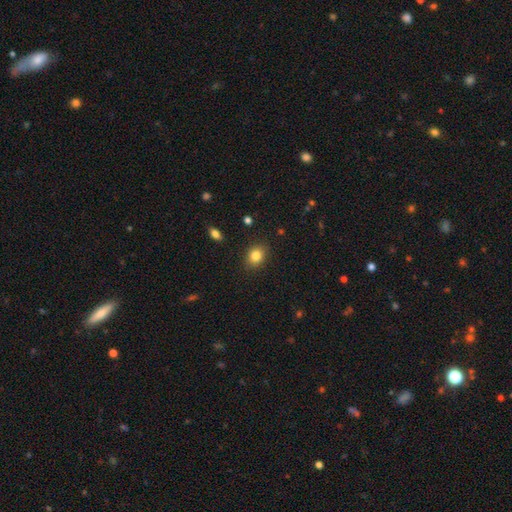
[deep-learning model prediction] smooth-or-featured: smooth: 84% | star or artifact: 10% | featured or disk: 6%
  how-rounded: in between: 53% | round: 46% | cigar-shaped: 1%
  merging: none: 87% | minor disturbance: 9% | major disturbance: 2% | merger: 1%